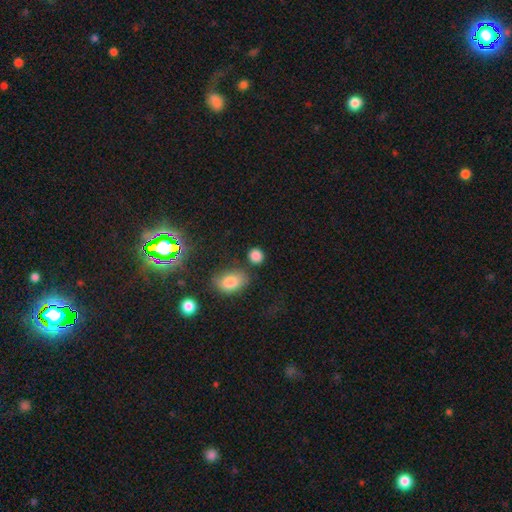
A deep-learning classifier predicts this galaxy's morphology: smooth-or-featured: smooth: 84% | star or artifact: 11% | featured or disk: 4%
  how-rounded: round: 73% | in between: 26% | cigar-shaped: 1%
  merging: none: 76% | minor disturbance: 12% | merger: 8% | major disturbance: 4%